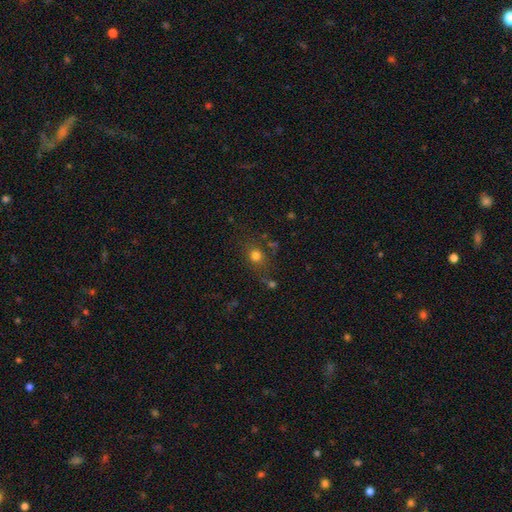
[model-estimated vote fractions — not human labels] smooth_or_featured: smooth (p=0.74) [alt: star or artifact p=0.17]
how_rounded: round (p=0.75) [alt: in between p=0.23]
merging: none (p=0.71) [alt: minor disturbance p=0.14]